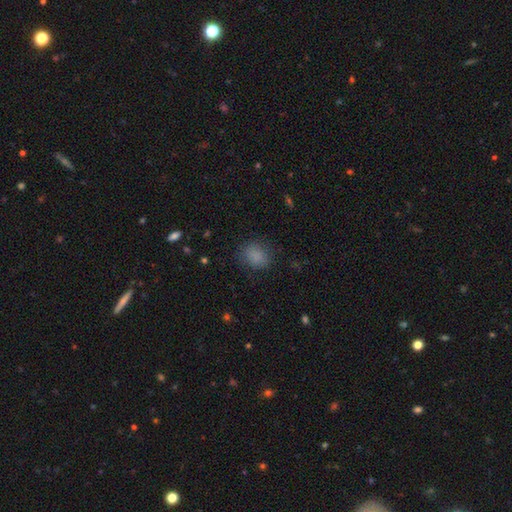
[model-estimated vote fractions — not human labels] This is clearly a smooth galaxy (84%). How rounded: possibly round (52%). Merging: likely none (80%).